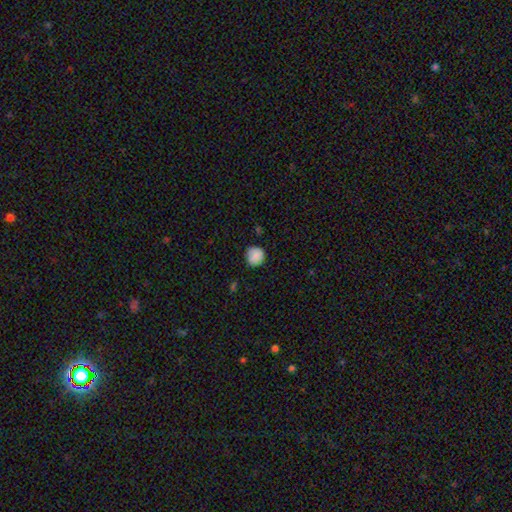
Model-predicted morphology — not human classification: smooth_or_featured: smooth (p=0.86) [alt: star or artifact p=0.08]
how_rounded: round (p=0.90) [alt: in between p=0.09]
merging: none (p=0.82) [alt: minor disturbance p=0.14]